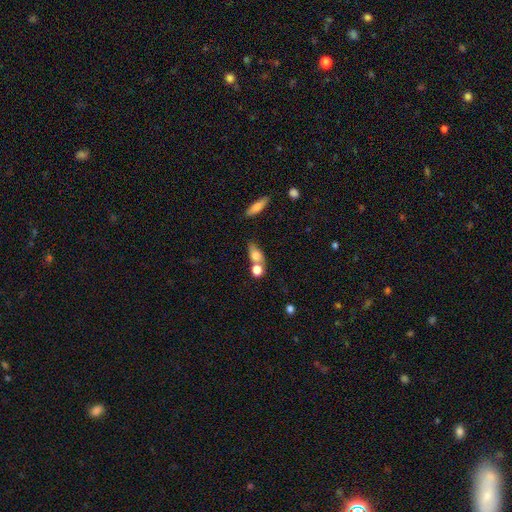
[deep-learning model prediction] This appears to be a smooth galaxy with no disk features (75%) that is in between round and cigar-shaped (59%). Merging: none (47%).